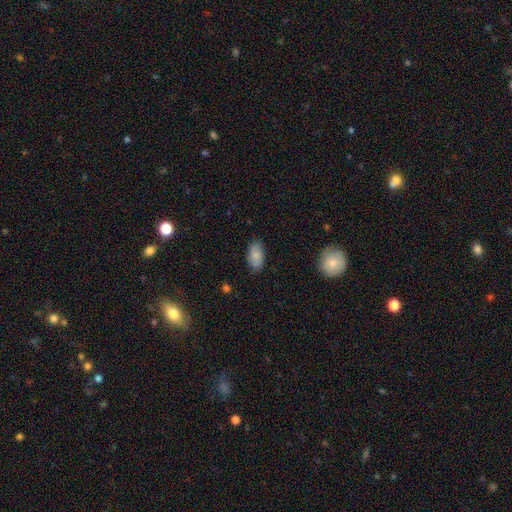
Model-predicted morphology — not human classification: smooth-or-featured: smooth: 81% | featured or disk: 12% | star or artifact: 7%
  how-rounded: in between: 94% | round: 4% | cigar-shaped: 3%
  merging: none: 81% | minor disturbance: 15% | major disturbance: 3% | merger: 1%